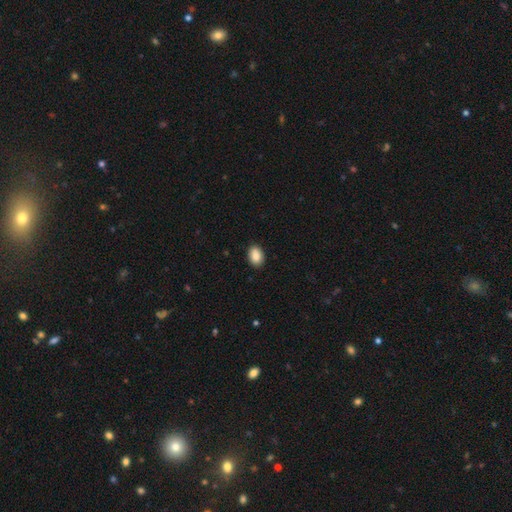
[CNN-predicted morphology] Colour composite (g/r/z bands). It shows a smooth galaxy with no disk features (88%) that is in between round and cigar-shaped (78%). Merging: none (89%).